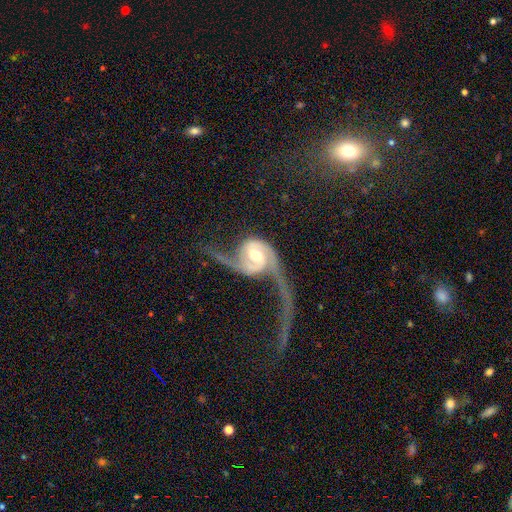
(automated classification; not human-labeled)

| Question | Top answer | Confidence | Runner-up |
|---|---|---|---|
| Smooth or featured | featured or disk | 90% | smooth (6%) |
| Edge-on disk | no | 97% | yes (3%) |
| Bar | weak | 41% | no (39%) |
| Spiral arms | yes | 97% | no (3%) |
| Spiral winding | loose | 66% | medium (24%) |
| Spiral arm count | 2 | 90% | 1 (4%) |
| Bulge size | moderate | 71% | small (18%) |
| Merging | none | 40% | major disturbance (39%) |